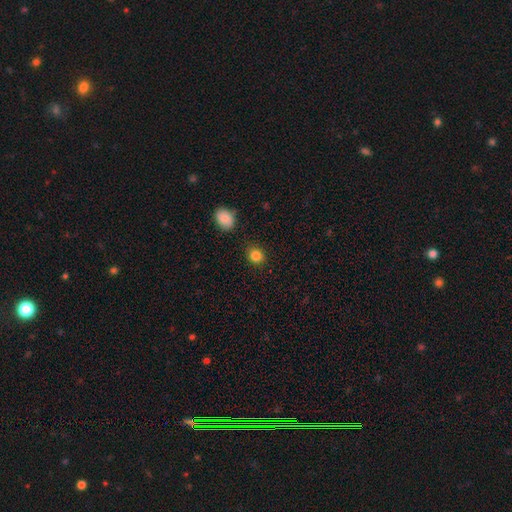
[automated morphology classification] smooth_or_featured: smooth (p=0.85) [alt: star or artifact p=0.11]
how_rounded: round (p=0.76) [alt: in between p=0.23]
merging: none (p=0.86) [alt: minor disturbance p=0.09]